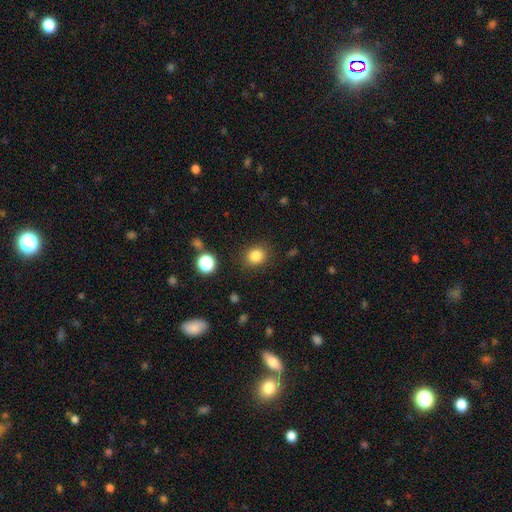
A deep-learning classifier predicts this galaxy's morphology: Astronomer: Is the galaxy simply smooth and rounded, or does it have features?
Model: smooth — 83%.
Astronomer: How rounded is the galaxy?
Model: round — 77%.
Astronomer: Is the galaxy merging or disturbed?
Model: none — 87%.